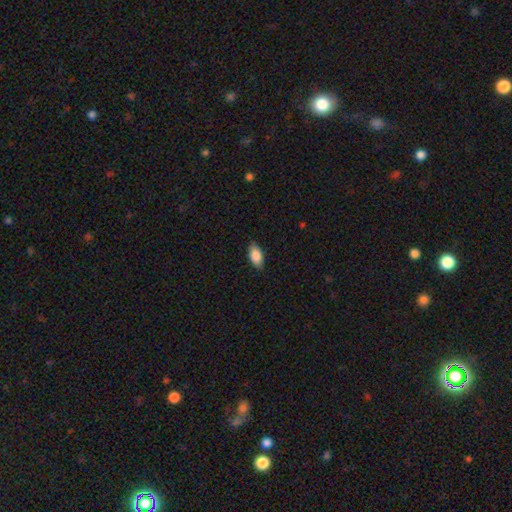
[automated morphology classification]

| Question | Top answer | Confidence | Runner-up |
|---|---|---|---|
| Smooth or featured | smooth | 87% | featured or disk (7%) |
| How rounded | in between | 92% | cigar-shaped (5%) |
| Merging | none | 84% | minor disturbance (12%) |